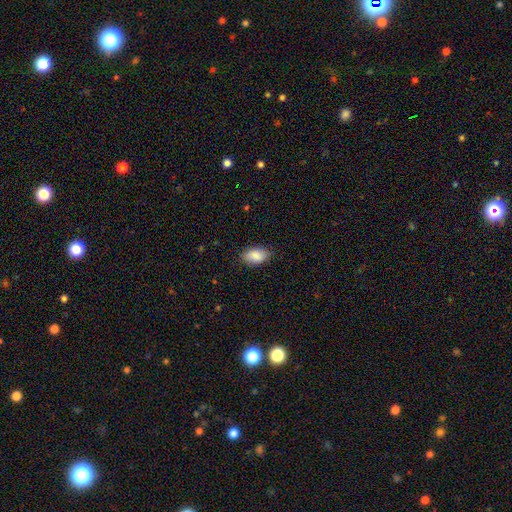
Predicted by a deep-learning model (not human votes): Smooth or featured: smooth — 88% (star or artifact — 7%)
How rounded: in between — 93% (round — 5%)
Merging: none — 82% (minor disturbance — 14%)